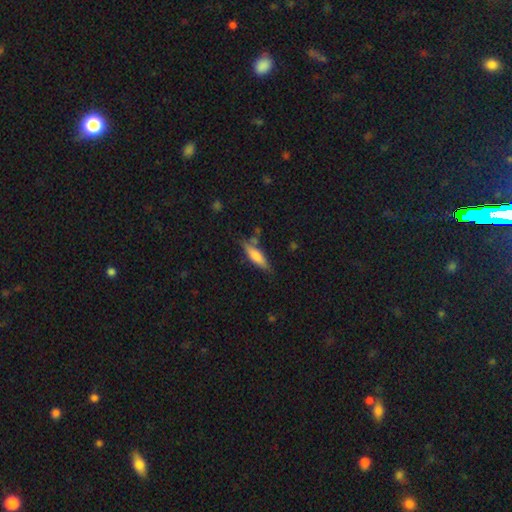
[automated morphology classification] Overall: smooth (72%). How rounded: cigar-shaped (63%; in between 36%). Merging: none (70%).